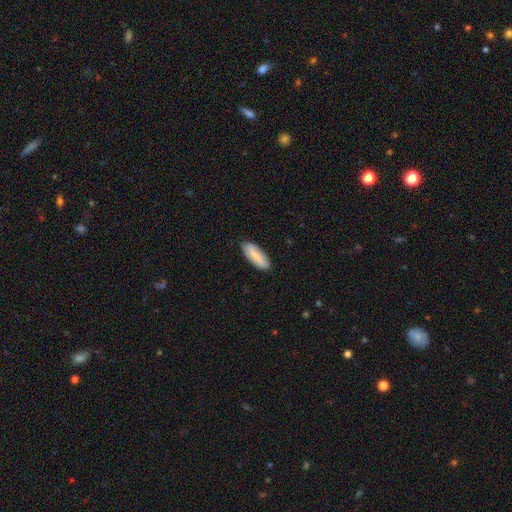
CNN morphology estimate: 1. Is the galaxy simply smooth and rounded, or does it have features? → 72% smooth, 22% featured or disk, 6% star or artifact.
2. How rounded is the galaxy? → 73% in between, 25% cigar-shaped, 2% round.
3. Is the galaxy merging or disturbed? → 86% none, 11% minor disturbance, 2% major disturbance, 1% merger.